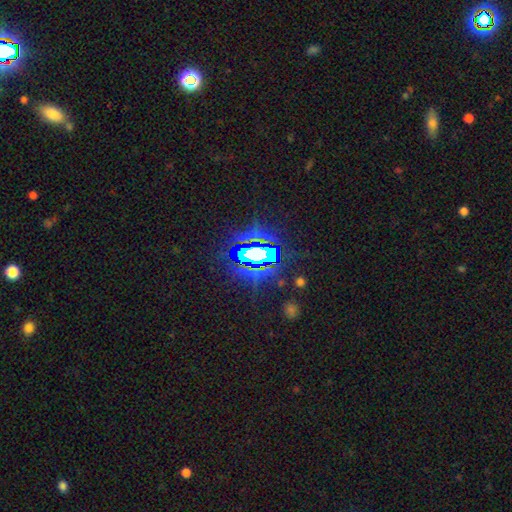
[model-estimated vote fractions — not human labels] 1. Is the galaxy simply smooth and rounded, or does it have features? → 69% star or artifact, 16% featured or disk, 15% smooth.